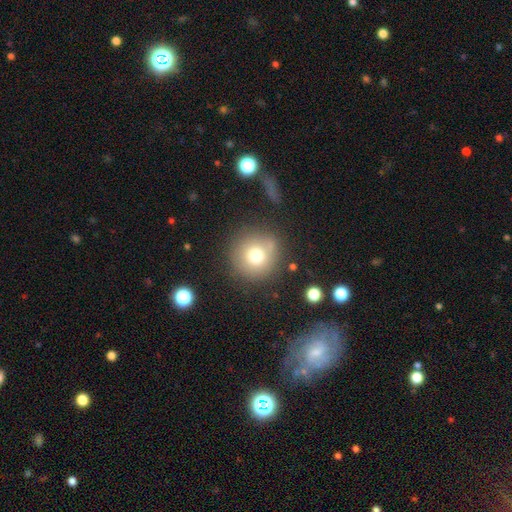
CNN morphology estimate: smooth 73%, featured or disk 14%, star or artifact 13%. Down the decision tree: how rounded — round (94%); merging — none (79%).